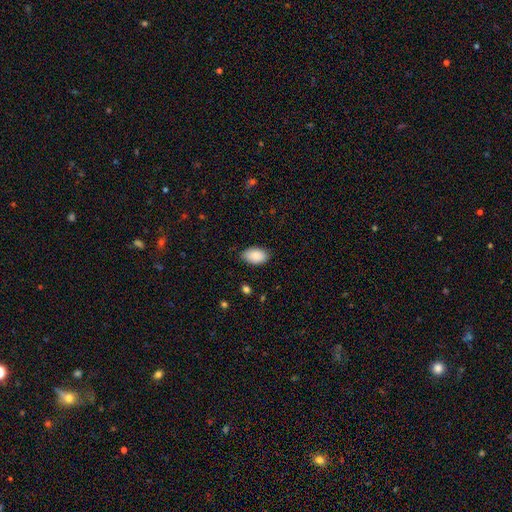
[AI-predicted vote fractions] A smooth galaxy with no disk features (89%) that is in between round and cigar-shaped (94%). Merging: none (83%).